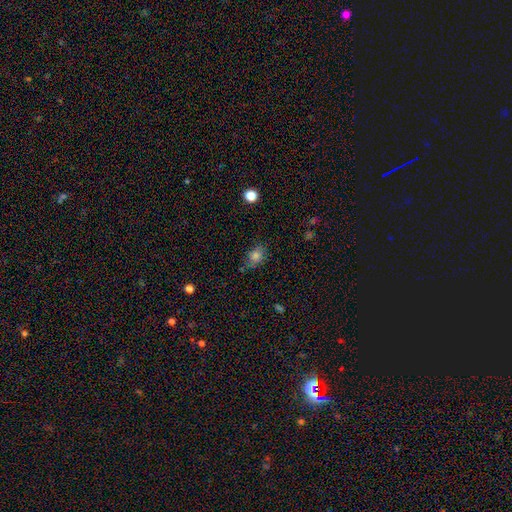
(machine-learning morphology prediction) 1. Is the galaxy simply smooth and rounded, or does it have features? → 73% smooth, 15% star or artifact, 12% featured or disk.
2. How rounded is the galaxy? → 66% in between, 31% round, 3% cigar-shaped.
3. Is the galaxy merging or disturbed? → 69% none, 22% minor disturbance, 6% major disturbance, 4% merger.